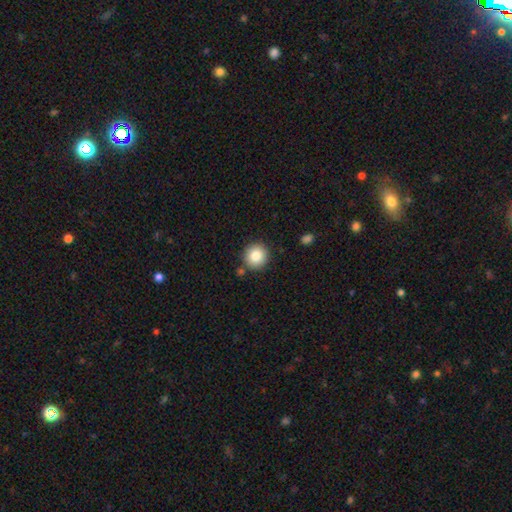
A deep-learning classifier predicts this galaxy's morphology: This is clearly a smooth galaxy (85%). How rounded: clearly round (93%). Merging: clearly none (86%).